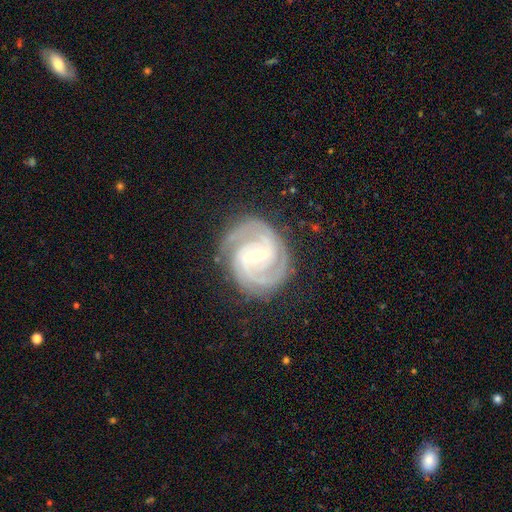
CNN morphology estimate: type=featured or disk (92%); edge-on=no (98%); bar=weak (47%); spiral arms=yes (98%); winding=tight (65%); arm count=2 (53%); bulge=small (52%); merging=none (80%).